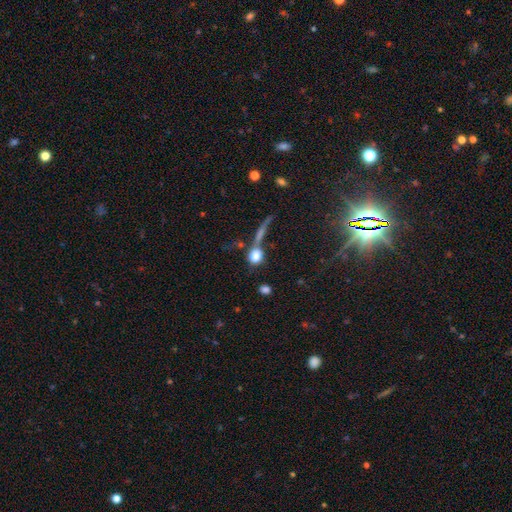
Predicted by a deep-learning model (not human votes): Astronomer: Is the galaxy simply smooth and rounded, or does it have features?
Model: smooth — 77%.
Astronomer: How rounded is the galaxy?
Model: round — 66%.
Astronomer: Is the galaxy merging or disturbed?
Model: none — 49% (runner-up: merger, 27%).